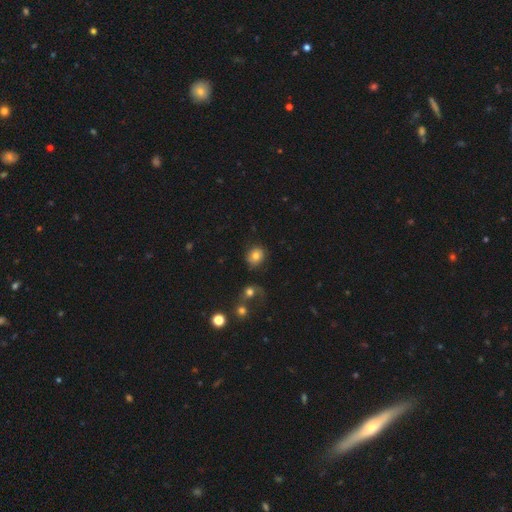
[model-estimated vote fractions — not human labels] Smooth or featured? Predicted: smooth (p=0.77). How rounded? Predicted: round (p=0.78). Merging? Predicted: none (p=0.78).